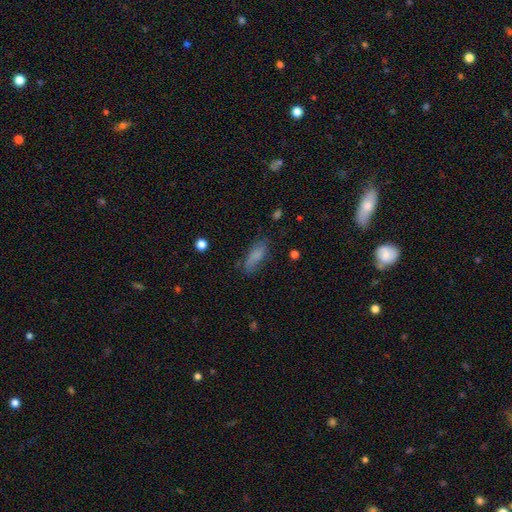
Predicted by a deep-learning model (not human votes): This is likely a smooth galaxy (78%). How rounded: likely in between (62%). Merging: likely none (70%).